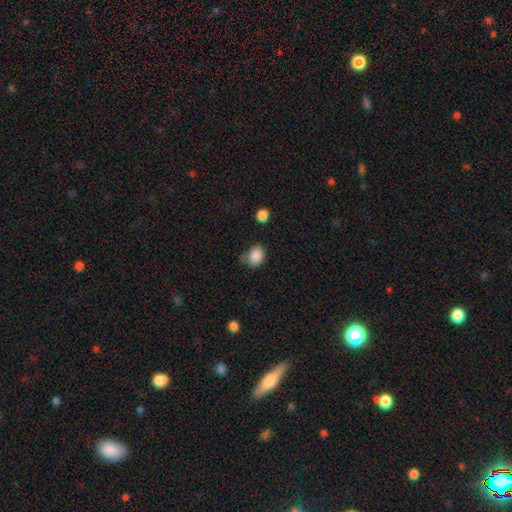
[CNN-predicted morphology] A smooth galaxy with no disk features (87%) that is in between round and cigar-shaped (53%). Merging: none (55%).